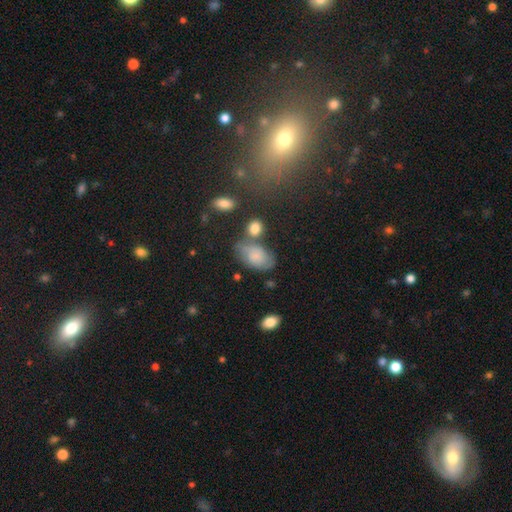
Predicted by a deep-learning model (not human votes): The model was most divided on "merging": none: 49%, minor disturbance: 25%, merger: 15%, major disturbance: 11%. More confident: how rounded — in between (88%); smooth or featured — smooth (61%).